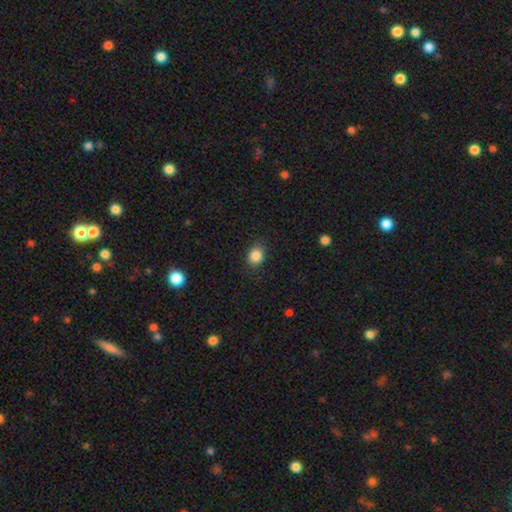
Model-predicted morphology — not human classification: Smooth or featured? smooth (86%)
How rounded? round (67%)
Merging? none (85%)